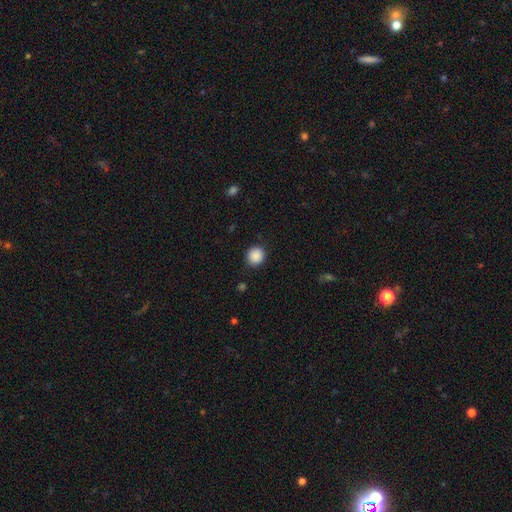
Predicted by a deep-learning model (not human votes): Q: Smooth or featured?
A: smooth (89%); runner-up: star or artifact (9%)
Q: How rounded?
A: round (90%); runner-up: in between (10%)
Q: Merging?
A: none (89%); runner-up: minor disturbance (8%)